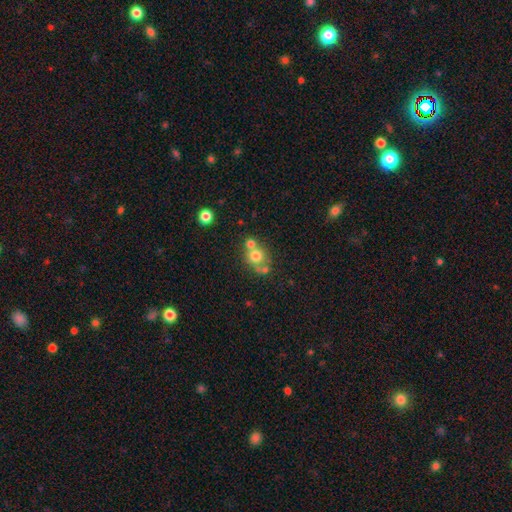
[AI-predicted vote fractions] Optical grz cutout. It shows a smooth galaxy with no disk features (69%) that is round (85%). Merging: none (47%).